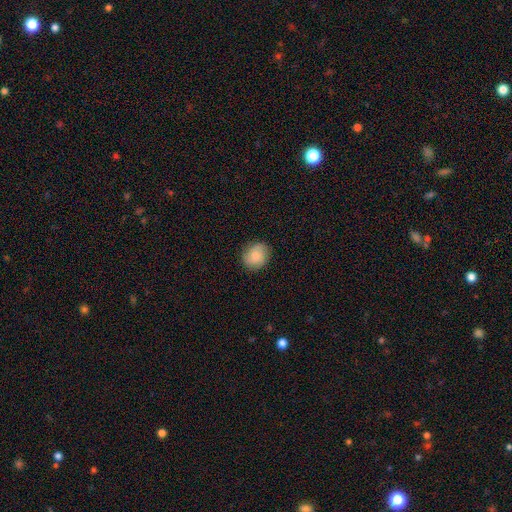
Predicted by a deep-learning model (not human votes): Smooth or featured? smooth (79%)
How rounded? round (73%)
Merging? none (85%)